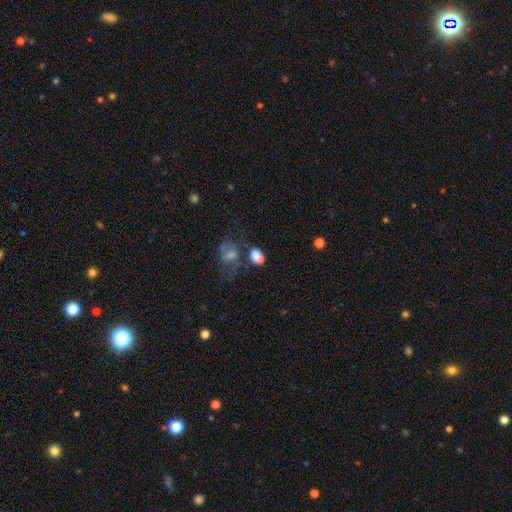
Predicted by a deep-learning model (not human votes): Overall: smooth (75%). How rounded: in between (73%). Merging: none (36%; merger 34%).